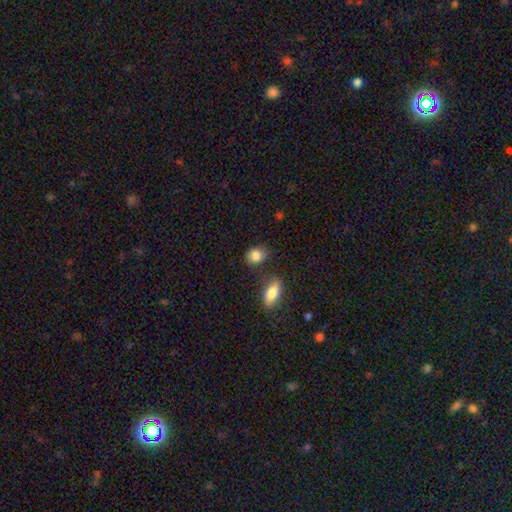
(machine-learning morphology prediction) smooth 86%, star or artifact 8%, featured or disk 6%. Down the decision tree: how rounded — in between (54%); merging — none (66%).